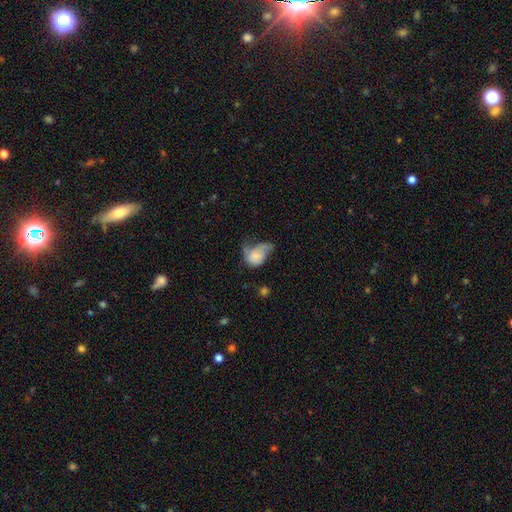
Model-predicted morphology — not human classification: Smooth or featured?
  - smooth: 60% *
  - featured or disk: 32%
  - star or artifact: 8%
How rounded?
  - in between: 72% *
  - round: 26%
  - cigar-shaped: 1%
Merging?
  - major disturbance: 41% *
  - minor disturbance: 31%
  - none: 20%
  - merger: 8%